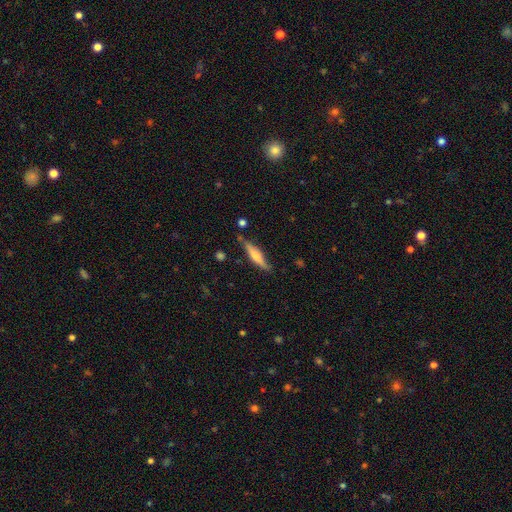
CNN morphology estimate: A featured or disk galaxy (48%).

Vote fractions:
- Smooth or featured? featured or disk: 48% / smooth: 46% / star or artifact: 6%
- Merging? none: 79% / minor disturbance: 15% / merger: 3% / major disturbance: 3%